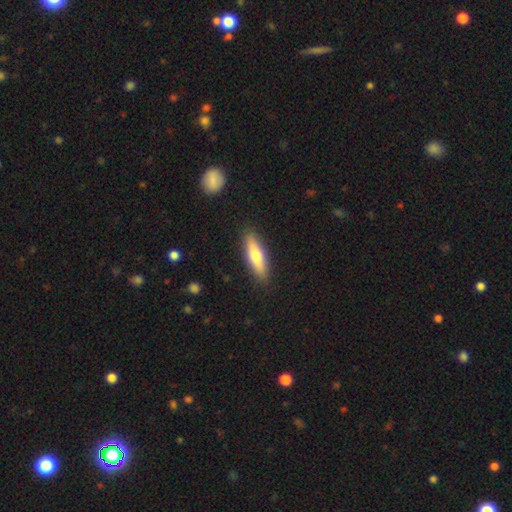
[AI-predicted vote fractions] Smooth or featured? smooth (63%)
How rounded? cigar-shaped (64%)
Merging? none (89%)